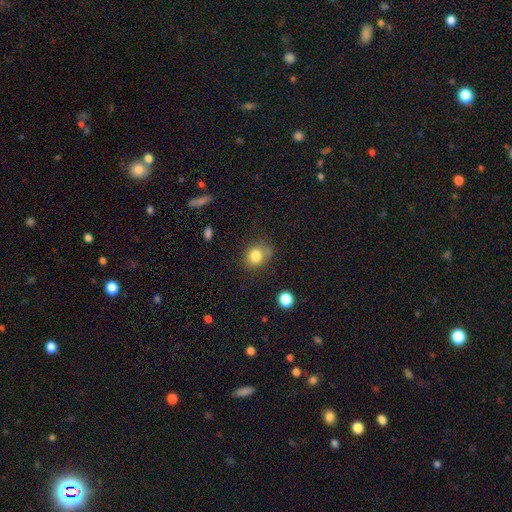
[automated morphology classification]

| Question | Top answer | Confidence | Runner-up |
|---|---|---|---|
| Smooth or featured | smooth | 81% | star or artifact (10%) |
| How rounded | round | 58% | in between (41%) |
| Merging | none | 66% | minor disturbance (24%) |